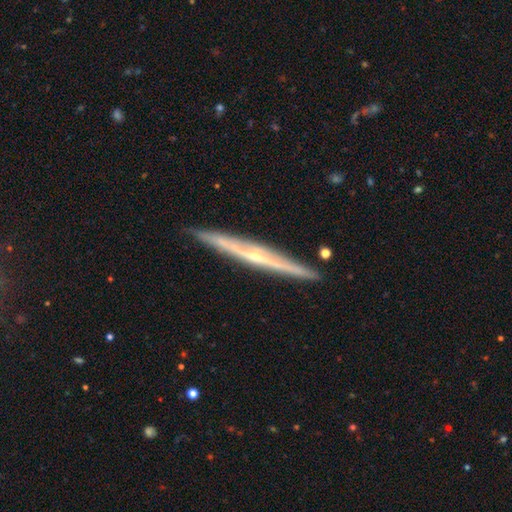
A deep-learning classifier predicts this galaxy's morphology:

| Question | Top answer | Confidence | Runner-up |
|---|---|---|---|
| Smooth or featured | featured or disk | 78% | smooth (17%) |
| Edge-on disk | yes | 97% | no (3%) |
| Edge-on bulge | rounded | 65% | none (31%) |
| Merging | none | 90% | minor disturbance (7%) |